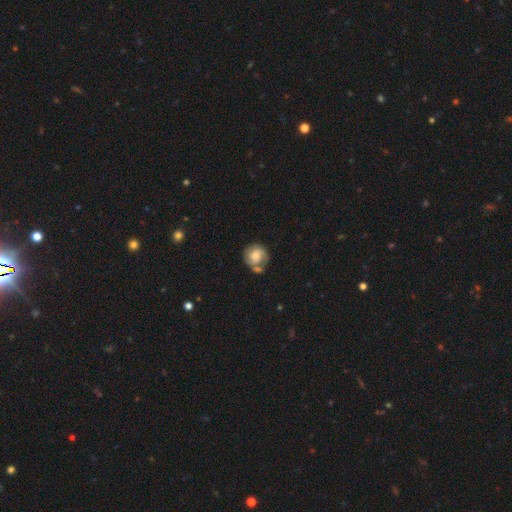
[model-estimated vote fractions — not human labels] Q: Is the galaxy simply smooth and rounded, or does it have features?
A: featured or disk — 50%.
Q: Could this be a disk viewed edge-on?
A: no — 98%.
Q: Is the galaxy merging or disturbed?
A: none — 46%.